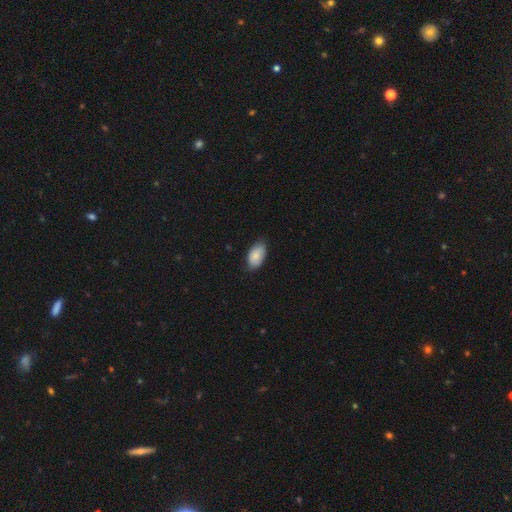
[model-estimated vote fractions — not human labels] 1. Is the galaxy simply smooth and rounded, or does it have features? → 86% smooth, 8% featured or disk, 6% star or artifact.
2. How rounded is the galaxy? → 95% in between, 3% round, 2% cigar-shaped.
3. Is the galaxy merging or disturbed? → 79% none, 18% minor disturbance, 2% major disturbance, 1% merger.